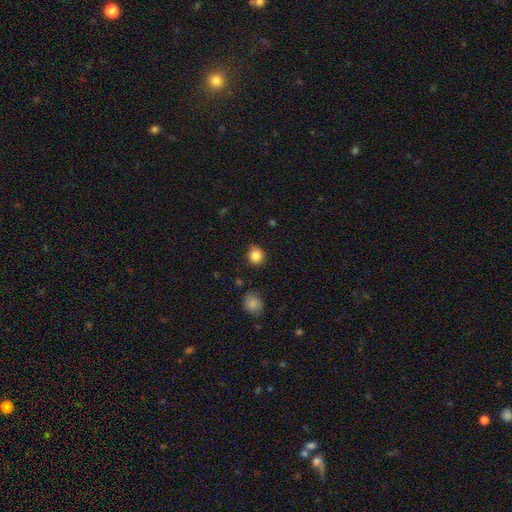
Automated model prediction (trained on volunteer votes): Morphology: type=smooth (84%); roundness=round (86%); merging=none (85%).